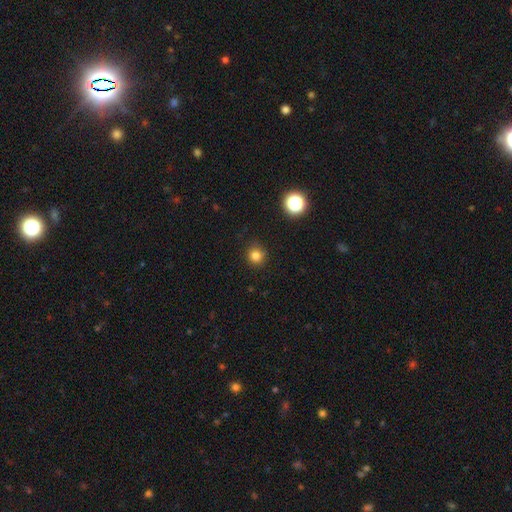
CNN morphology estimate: Smooth or featured? smooth (80%)
How rounded? round (91%)
Merging? none (88%)